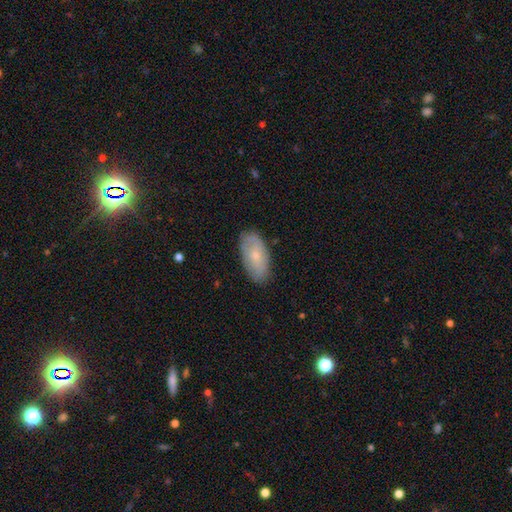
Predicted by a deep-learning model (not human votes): A smooth galaxy with no disk features (59%) that is in between round and cigar-shaped (92%).

Vote fractions:
- Smooth or featured? smooth: 59% / featured or disk: 34% / star or artifact: 7%
- How rounded? in between: 92% / cigar-shaped: 5% / round: 3%
- Merging? none: 81% / minor disturbance: 15% / major disturbance: 3% / merger: 1%